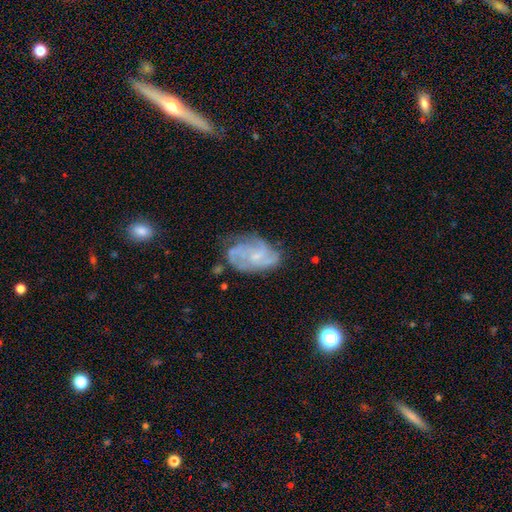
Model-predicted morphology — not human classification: smooth-or-featured: featured or disk: 76% | smooth: 15% | star or artifact: 9%
  disk-edge-on: no: 97% | yes: 3%
    bar: no: 61% | weak: 33% | strong: 6%
    has-spiral-arms: yes: 91% | no: 9%
      spiral-winding: medium: 43% | tight: 40% | loose: 16%
      spiral-arm-count: 3: 29% | can't tell: 27% | 2: 19% | 4: 14% | more than 4: 6% | 1: 6%
    bulge-size: small: 66% | moderate: 19% | none: 13% | large: 1% | dominant: 1%
  merging: none: 65% | minor disturbance: 22% | major disturbance: 10% | merger: 2%